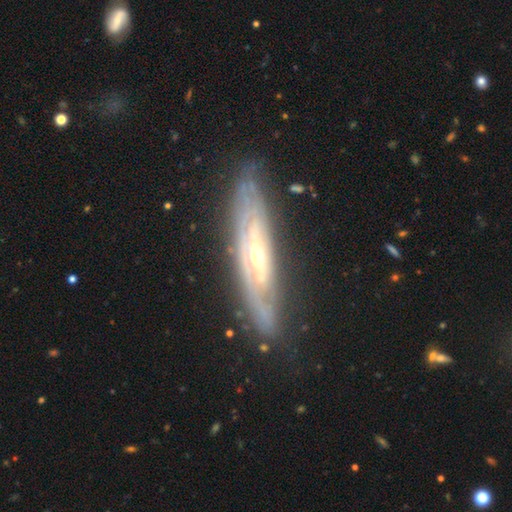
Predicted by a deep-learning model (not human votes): smooth_or_featured: featured or disk (p=0.82) [alt: smooth p=0.12]
disk_edge_on: no (p=0.54) [alt: yes p=0.46]
merging: none (p=0.81) [alt: minor disturbance p=0.14]